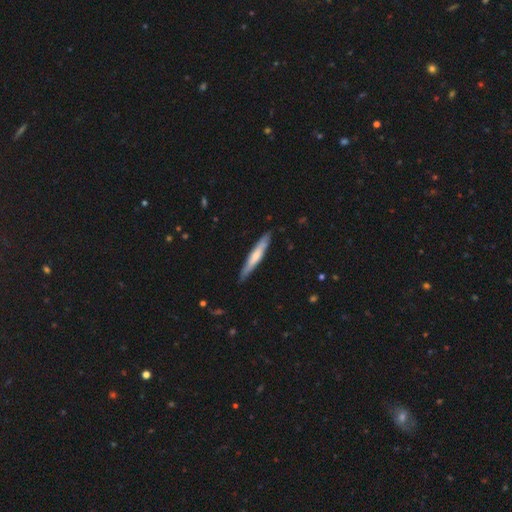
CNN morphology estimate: This is possibly a smooth galaxy (55%). How rounded: clearly cigar-shaped (93%). Merging: clearly none (86%).